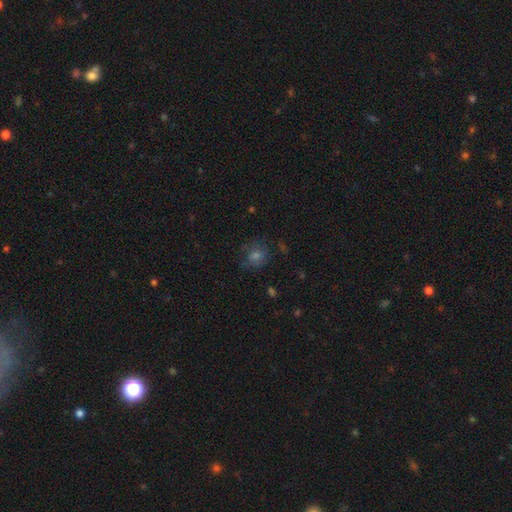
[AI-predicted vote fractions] smooth_or_featured: smooth (p=0.56) [alt: star or artifact p=0.24]
how_rounded: round (p=0.73) [alt: in between p=0.26]
merging: none (p=0.67) [alt: minor disturbance p=0.20]